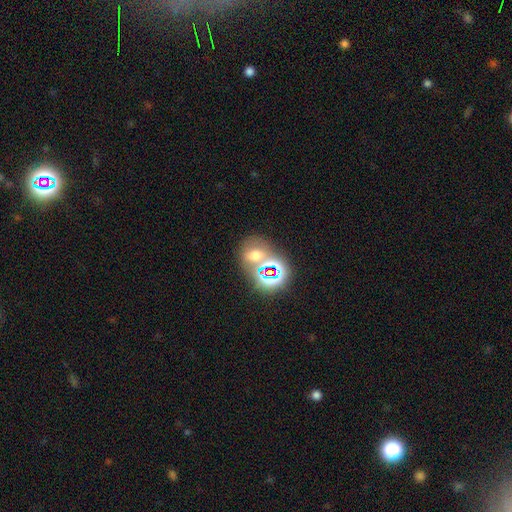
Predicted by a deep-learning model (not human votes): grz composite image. It shows a smooth galaxy with no disk features (44%). Merging: none (47%).